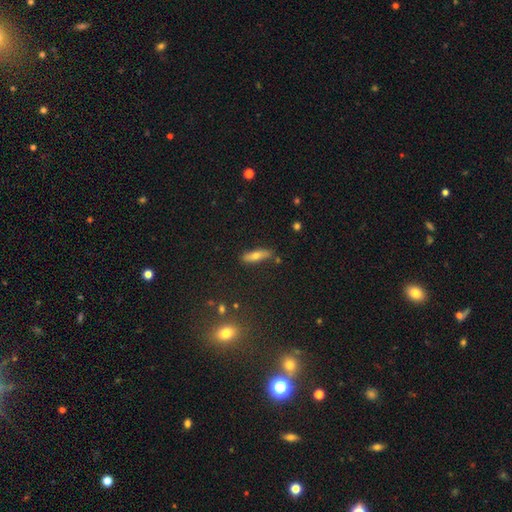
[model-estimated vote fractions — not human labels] Smooth or featured: smooth — 60% (featured or disk — 30%)
How rounded: cigar-shaped — 60% (in between — 36%)
Merging: none — 83% (minor disturbance — 12%)